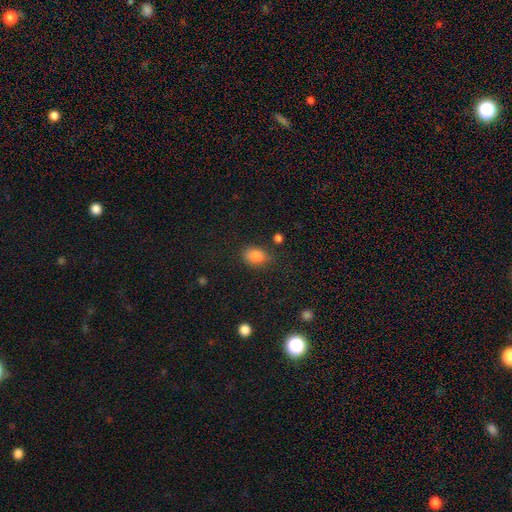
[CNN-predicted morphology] A smooth galaxy with no disk features (84%) that is in between round and cigar-shaped (76%).

Vote fractions:
- Smooth or featured? smooth: 84% / star or artifact: 10% / featured or disk: 6%
- How rounded? in between: 76% / round: 23% / cigar-shaped: 1%
- Merging? none: 71% / minor disturbance: 20% / major disturbance: 5% / merger: 4%